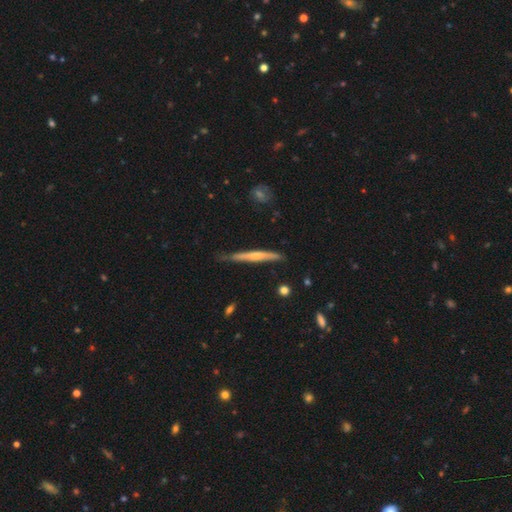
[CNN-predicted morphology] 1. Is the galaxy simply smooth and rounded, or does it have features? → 50% featured or disk, 44% smooth, 6% star or artifact.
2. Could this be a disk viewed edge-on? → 95% yes, 5% no.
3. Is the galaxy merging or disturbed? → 70% none, 24% minor disturbance, 4% major disturbance, 2% merger.